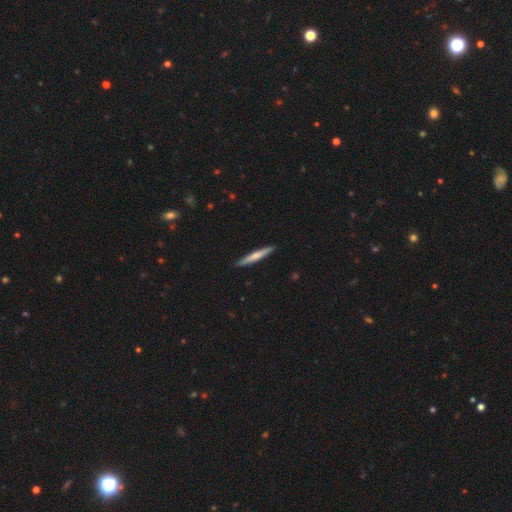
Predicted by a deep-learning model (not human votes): A smooth galaxy with no disk features (60%) that is cigar-shaped (95%). Merging: none (91%).